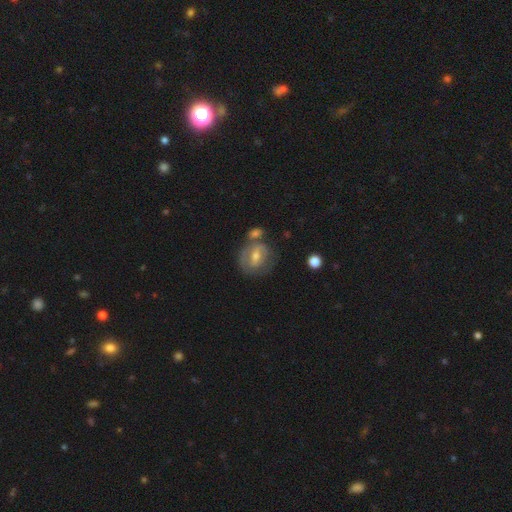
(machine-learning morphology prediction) This is possibly a featured or disk galaxy (52%). It is clearly not viewed edge-on (94%). Merging: possibly none (49%).